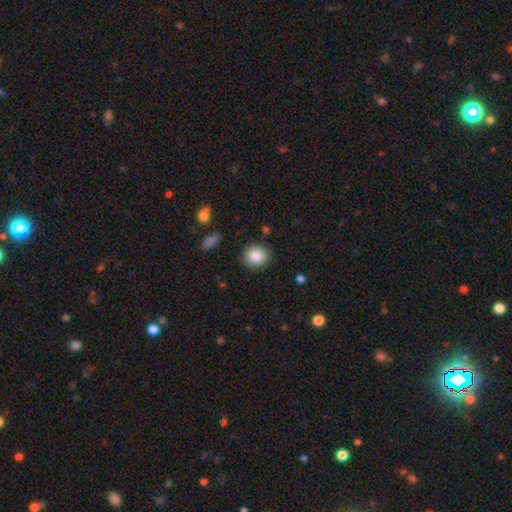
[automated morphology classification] The model was most divided on "how rounded": round: 83%, in between: 16%, cigar-shaped: 1%. More confident: merging — none (88%); smooth or featured — smooth (86%).